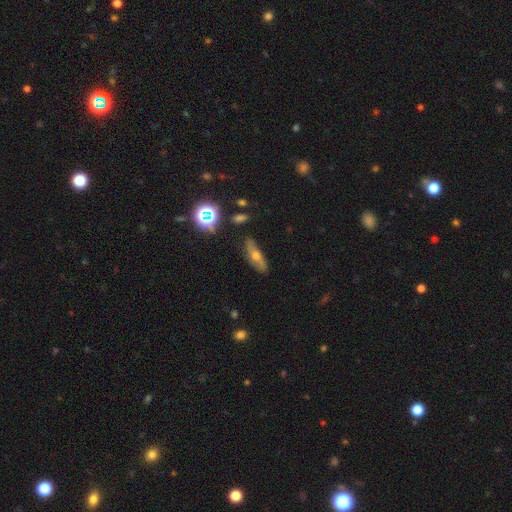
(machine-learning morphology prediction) This is marginally a featured or disk galaxy (44%). Merging: likely none (80%).